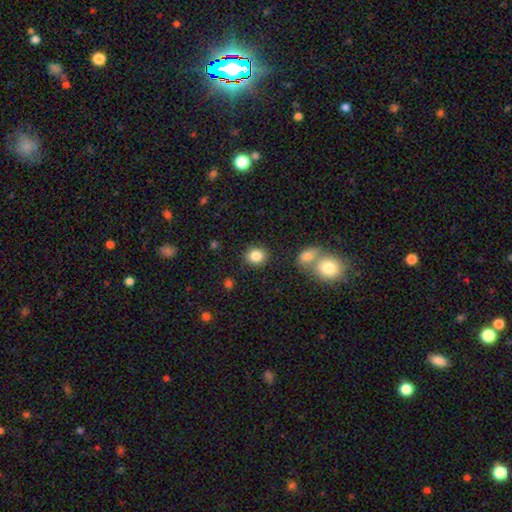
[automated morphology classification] Overall: smooth (85%). How rounded: round (78%). Merging: none (85%).